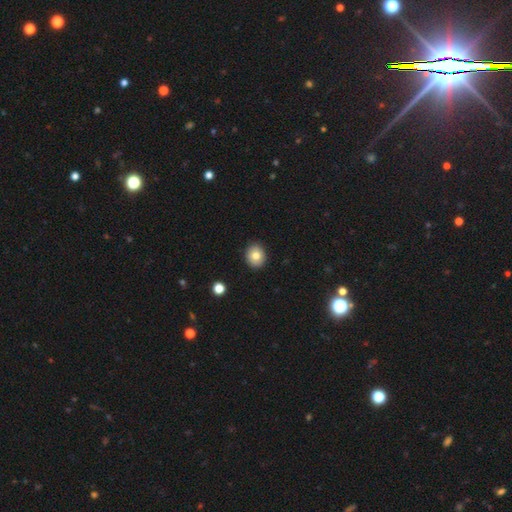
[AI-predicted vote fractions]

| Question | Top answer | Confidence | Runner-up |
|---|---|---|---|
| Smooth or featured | smooth | 79% | featured or disk (12%) |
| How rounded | round | 72% | in between (27%) |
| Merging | none | 91% | minor disturbance (7%) |